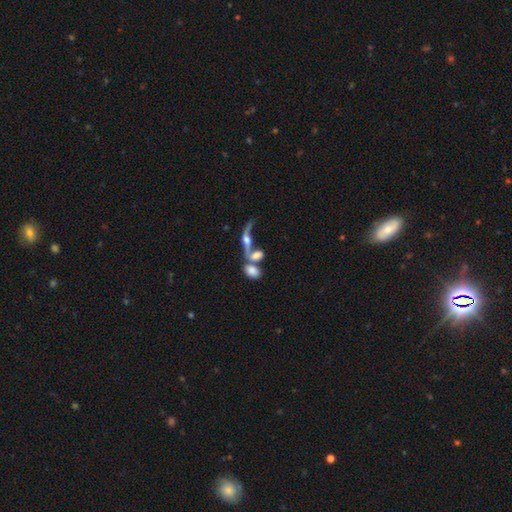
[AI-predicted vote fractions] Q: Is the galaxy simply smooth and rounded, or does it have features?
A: smooth — 50%.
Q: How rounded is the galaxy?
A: in between — 76%.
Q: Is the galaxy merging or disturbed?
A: merger — 52%.